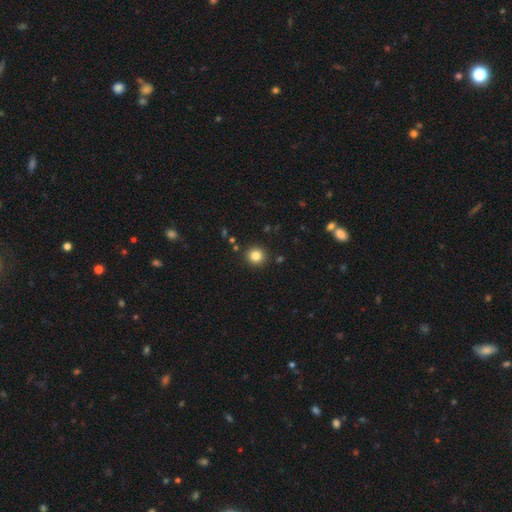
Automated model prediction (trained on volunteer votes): A smooth galaxy with no disk features (83%) that is round (92%). Merging: none (90%).